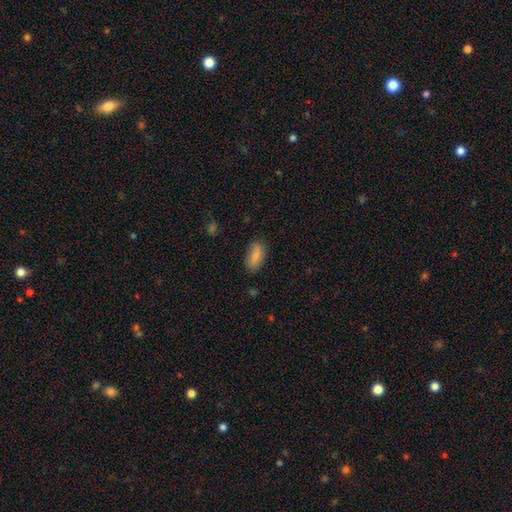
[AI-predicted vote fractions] Smooth or featured: smooth — 80% (featured or disk — 13%)
How rounded: in between — 86% (cigar-shaped — 11%)
Merging: none — 79% (minor disturbance — 16%)